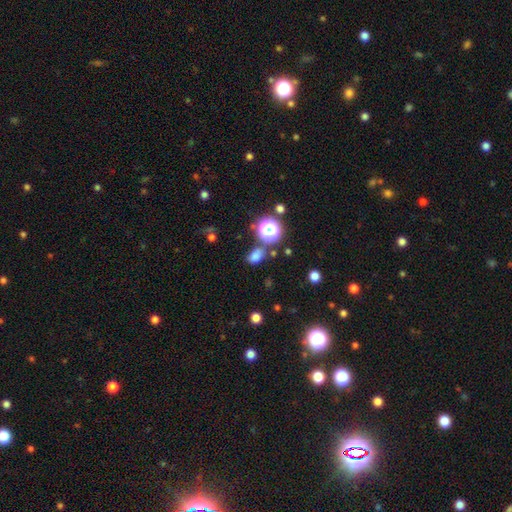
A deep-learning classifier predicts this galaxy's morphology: smooth 73%, star or artifact 21%, featured or disk 6%. Down the decision tree: how rounded — in between (71%); merging — none (70%).